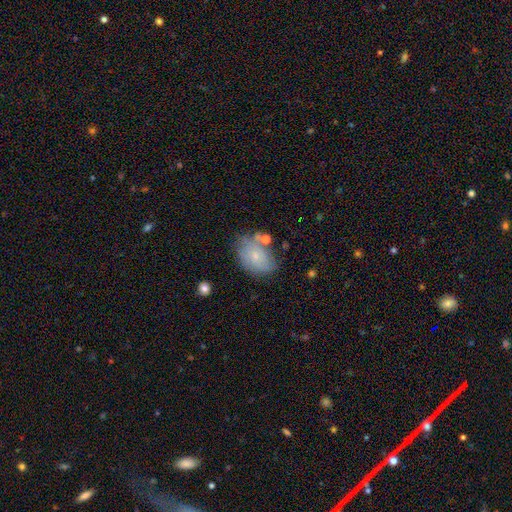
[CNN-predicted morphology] smooth_or_featured: smooth (p=0.63) [alt: featured or disk p=0.28]
how_rounded: in between (p=0.76) [alt: round p=0.23]
merging: none (p=0.59) [alt: minor disturbance p=0.25]